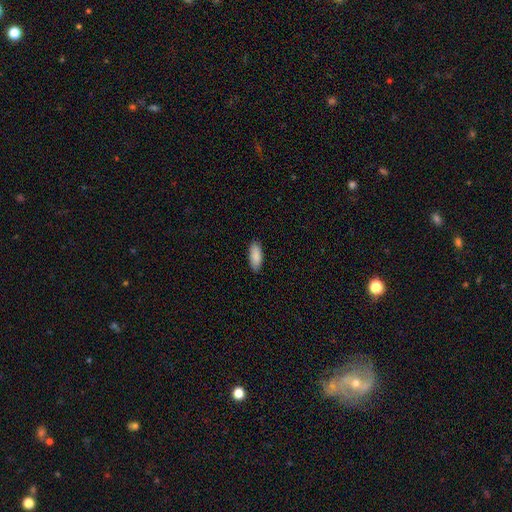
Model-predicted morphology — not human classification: Smooth or featured? Predicted: smooth (p=0.90). How rounded? Predicted: in between (p=0.81). Merging? Predicted: none (p=0.87).